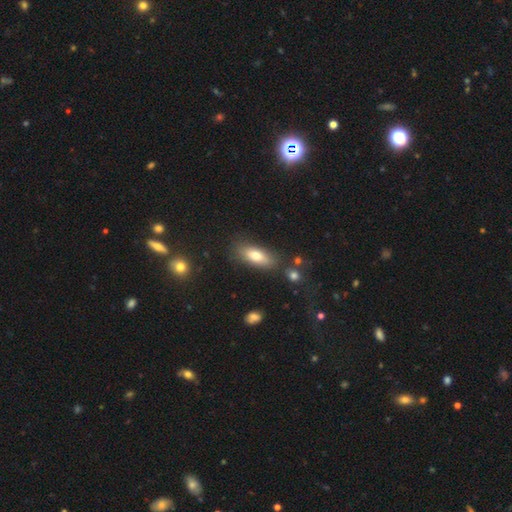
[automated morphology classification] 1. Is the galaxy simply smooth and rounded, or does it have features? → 74% smooth, 18% featured or disk, 8% star or artifact.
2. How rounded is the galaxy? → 77% in between, 19% cigar-shaped, 4% round.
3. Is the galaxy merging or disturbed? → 78% none, 14% minor disturbance, 4% major disturbance, 4% merger.